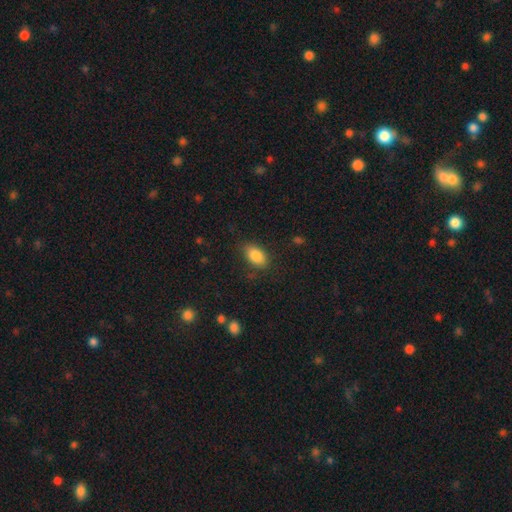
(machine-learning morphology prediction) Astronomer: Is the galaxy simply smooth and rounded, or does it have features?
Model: smooth — 86%.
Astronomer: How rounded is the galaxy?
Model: in between — 90%.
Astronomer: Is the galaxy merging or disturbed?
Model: none — 80%.